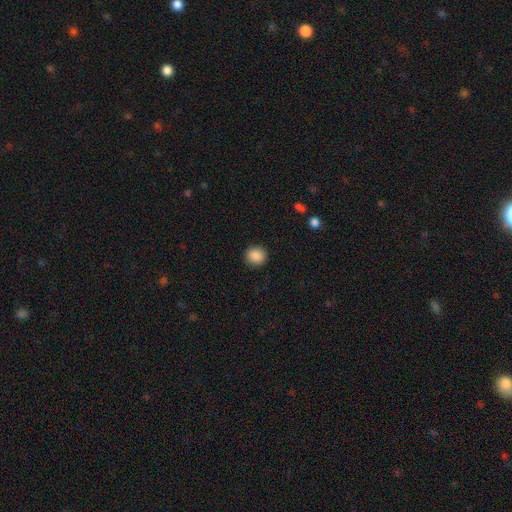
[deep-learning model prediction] Smooth or featured? smooth (88%)
How rounded? round (86%)
Merging? none (90%)